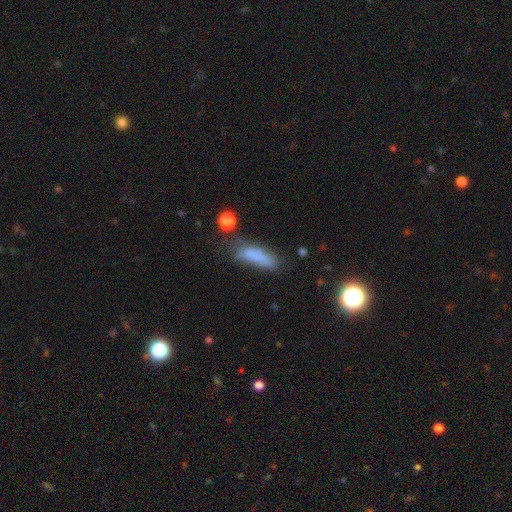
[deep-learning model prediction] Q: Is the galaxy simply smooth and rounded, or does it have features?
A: smooth — 74%.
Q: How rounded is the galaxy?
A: cigar-shaped — 54%.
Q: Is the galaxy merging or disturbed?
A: none — 47%.